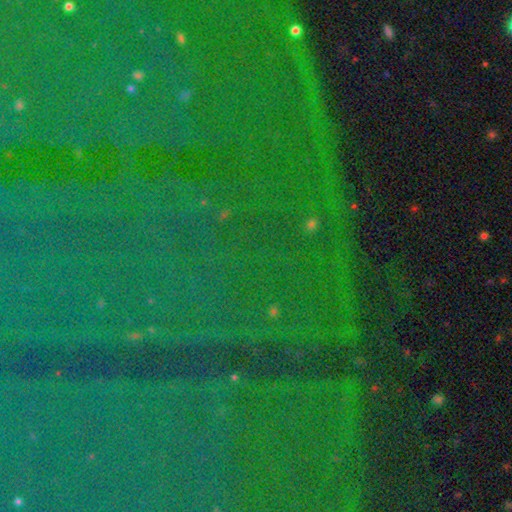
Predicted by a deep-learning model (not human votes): This is clearly a star or artifact rather than a galaxy (85%).